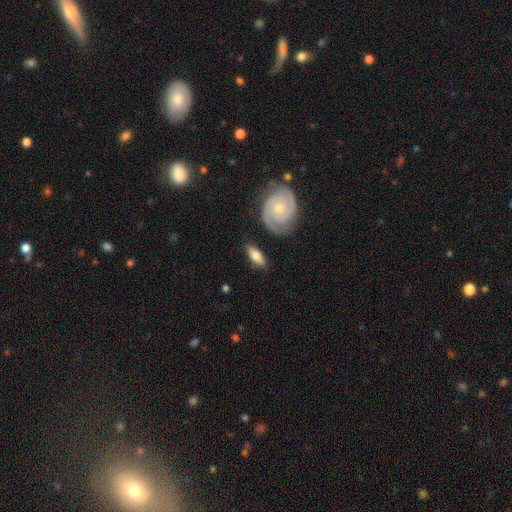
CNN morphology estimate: This appears to be a smooth galaxy with no disk features (57%) that is in between round and cigar-shaped (70%). Merging: none (78%).